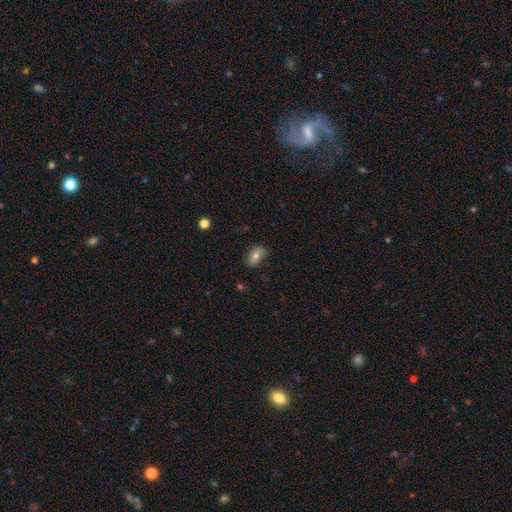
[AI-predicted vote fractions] This is likely a smooth galaxy (73%). How rounded: clearly in between (87%). Merging: likely none (77%).